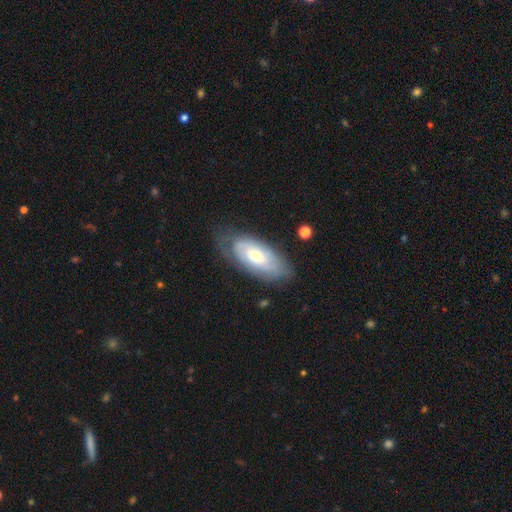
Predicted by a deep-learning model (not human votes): featured or disk 48%, smooth 46%, star or artifact 6%. Down the decision tree: merging — none (65%).